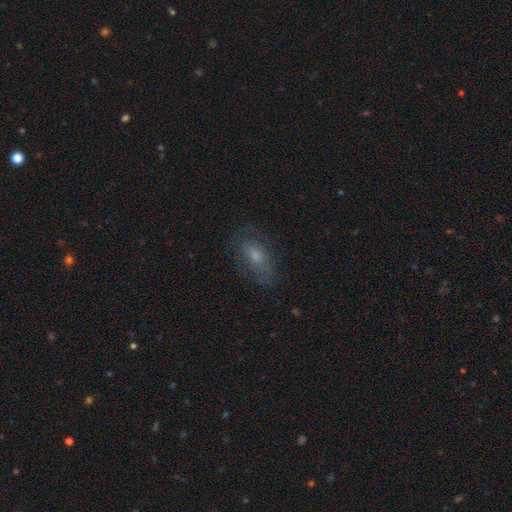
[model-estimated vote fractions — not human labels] This appears to be a smooth galaxy with no disk features (46%). Merging: none (69%).